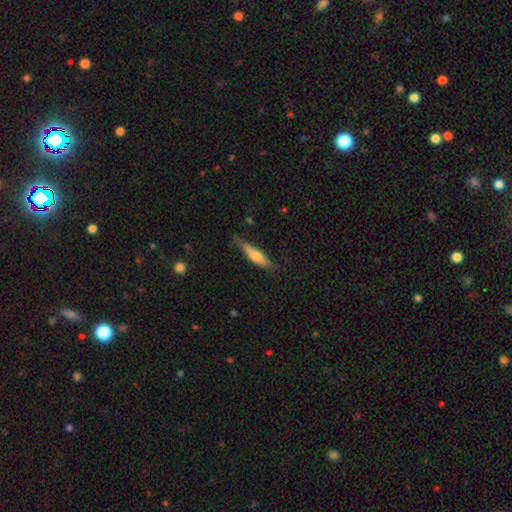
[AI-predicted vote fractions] This appears to be a smooth galaxy with no disk features (64%) that is cigar-shaped (72%). Merging: none (66%).